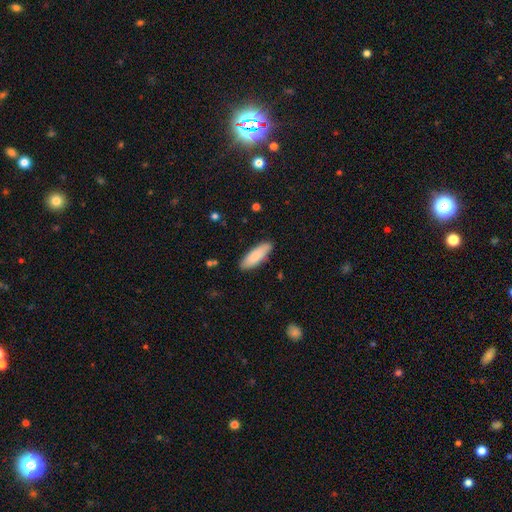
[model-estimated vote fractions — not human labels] Smooth or featured? smooth (85%)
How rounded? in between (57%)
Merging? none (88%)